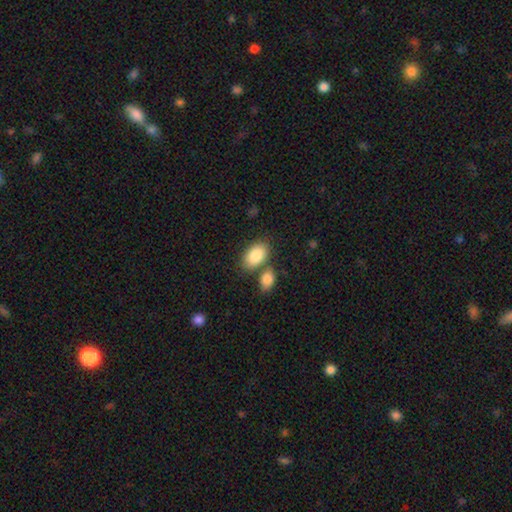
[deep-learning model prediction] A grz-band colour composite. It shows a smooth galaxy with no disk features (87%) that is in between round and cigar-shaped (92%). Merging: none (61%).